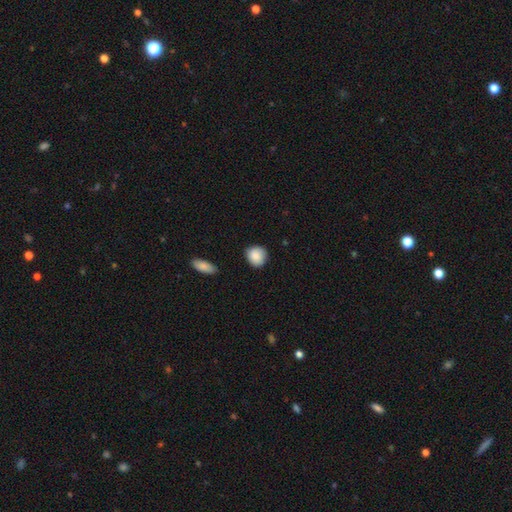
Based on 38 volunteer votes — Smooth or featured? smooth (84%)
How rounded? round (72%)
Merging? none (62%)